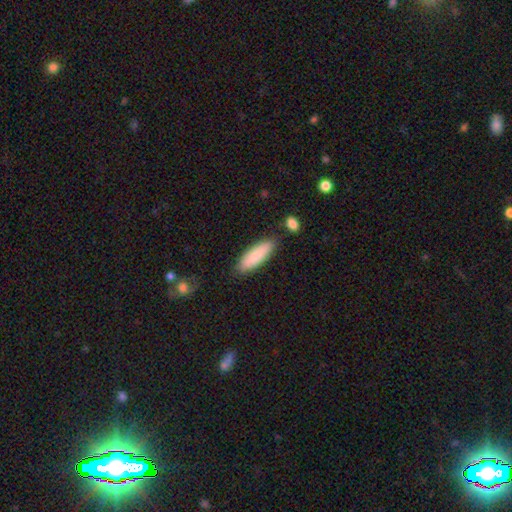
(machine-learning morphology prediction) Smooth or featured: smooth — 85% (featured or disk — 10%)
How rounded: in between — 52% (cigar-shaped — 47%)
Merging: none — 82% (minor disturbance — 12%)